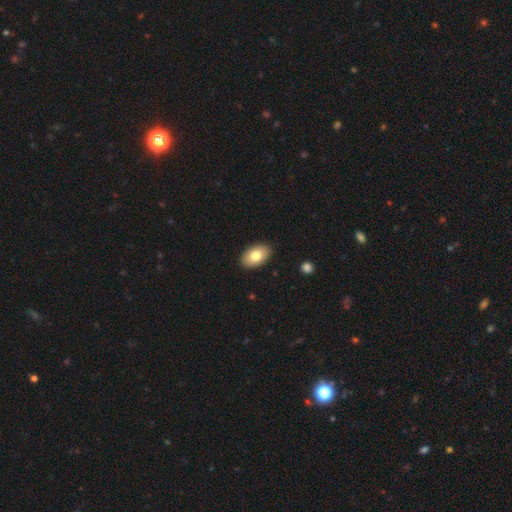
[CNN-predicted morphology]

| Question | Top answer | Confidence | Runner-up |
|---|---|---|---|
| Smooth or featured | smooth | 78% | featured or disk (16%) |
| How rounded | in between | 92% | round (6%) |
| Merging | none | 90% | minor disturbance (8%) |